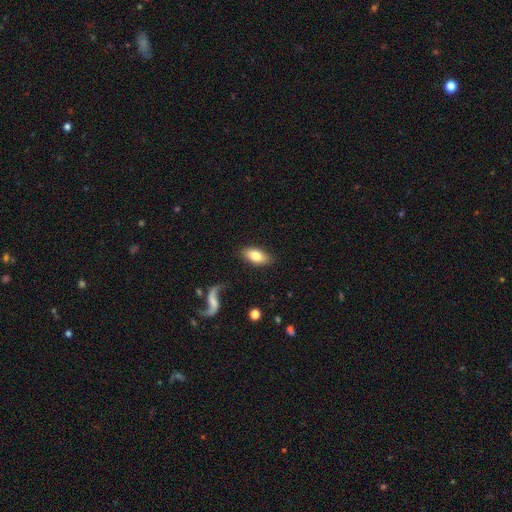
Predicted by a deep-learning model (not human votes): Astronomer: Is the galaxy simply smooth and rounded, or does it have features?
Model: smooth — 77%.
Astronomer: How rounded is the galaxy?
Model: in between — 91%.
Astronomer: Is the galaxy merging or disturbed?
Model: none — 83%.